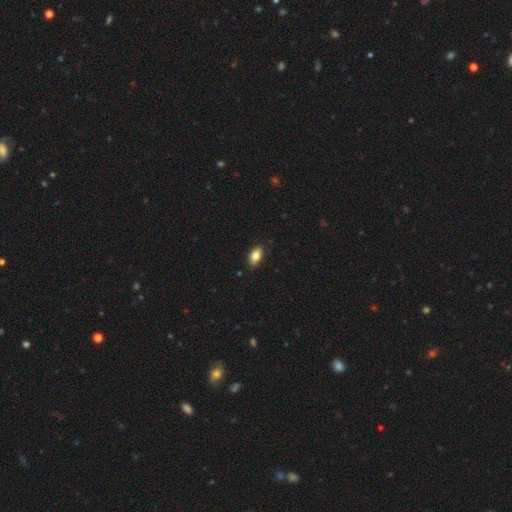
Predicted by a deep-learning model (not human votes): The model was most divided on "smooth or featured": smooth: 83%, featured or disk: 9%, star or artifact: 8%. More confident: how rounded — in between (90%); merging — none (86%).